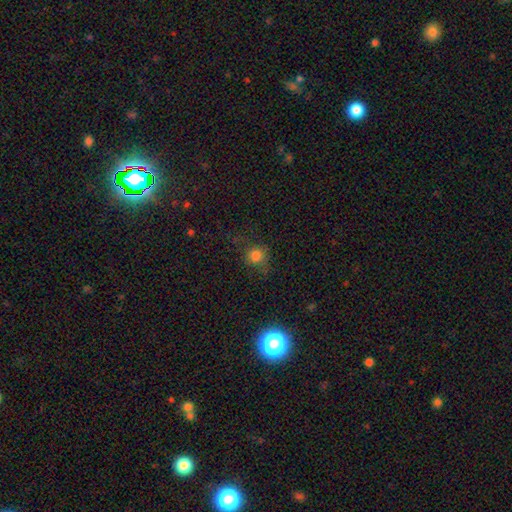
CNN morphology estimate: smooth_or_featured: smooth (p=0.75) [alt: star or artifact p=0.18]
how_rounded: round (p=0.86) [alt: in between p=0.12]
merging: none (p=0.70) [alt: minor disturbance p=0.18]